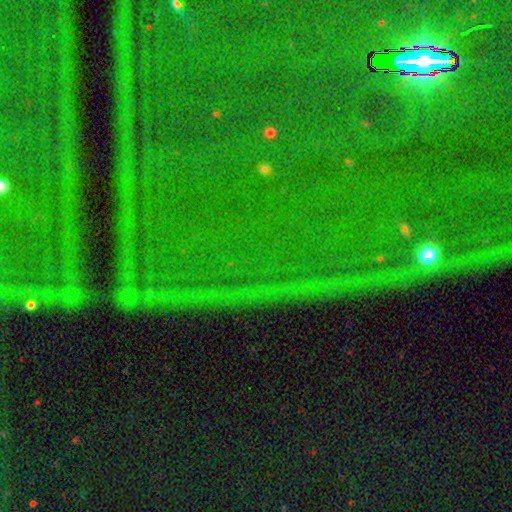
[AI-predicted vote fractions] The model was most divided on "smooth or featured": star or artifact: 87%, featured or disk: 7%, smooth: 6%.